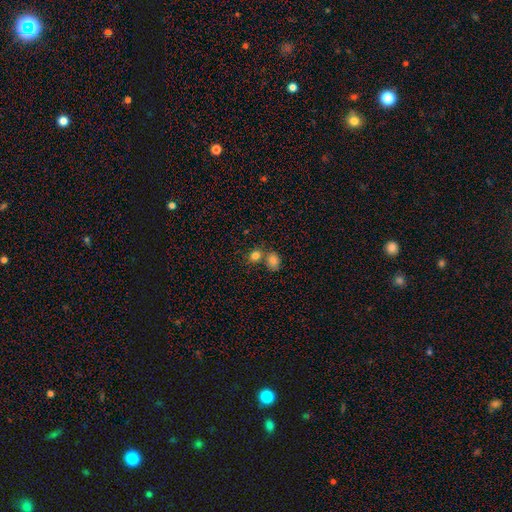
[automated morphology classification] A smooth galaxy with no disk features (81%) that is round (61%).

Vote fractions:
- Smooth or featured? smooth: 81% / star or artifact: 12% / featured or disk: 7%
- How rounded? round: 61% / in between: 38% / cigar-shaped: 1%
- Merging? none: 52% / merger: 36% / minor disturbance: 9% / major disturbance: 3%